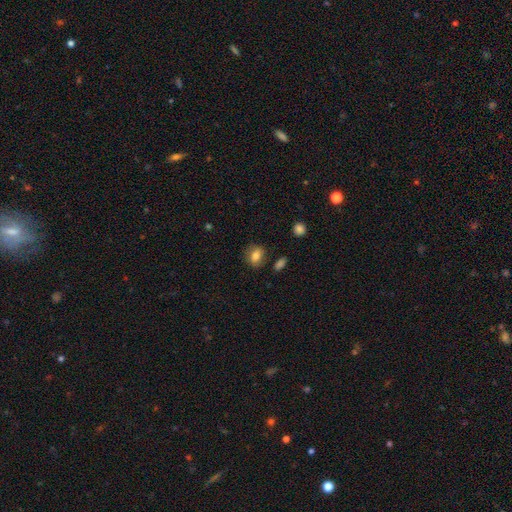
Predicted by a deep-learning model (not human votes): The model was most divided on "how rounded": in between: 53%, round: 46%, cigar-shaped: 2%. More confident: smooth or featured — smooth (79%); merging — none (78%).